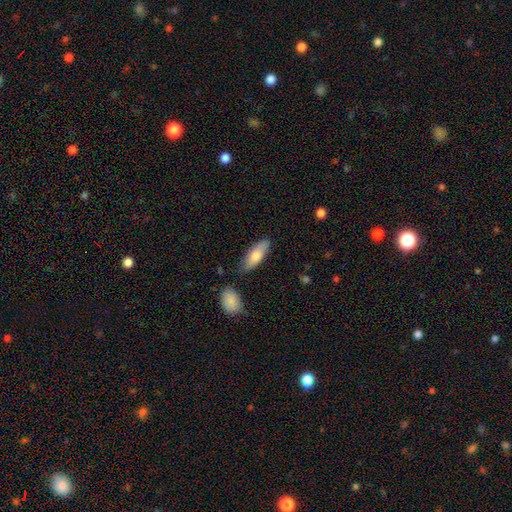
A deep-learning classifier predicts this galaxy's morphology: A smooth galaxy with no disk features (74%) that is in between round and cigar-shaped (67%). Merging: none (76%).